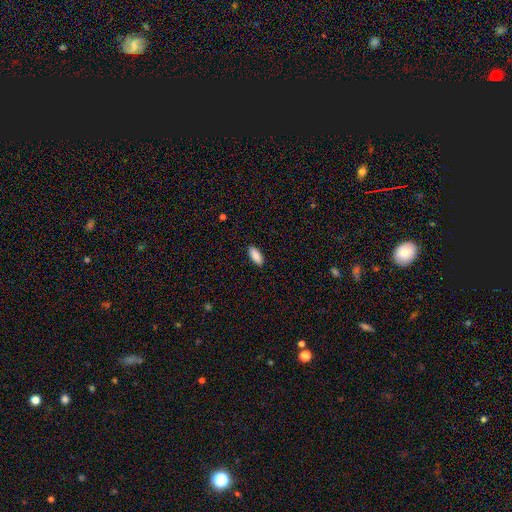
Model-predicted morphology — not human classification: Q: Smooth or featured?
A: smooth (90%); runner-up: star or artifact (6%)
Q: How rounded?
A: in between (87%); runner-up: cigar-shaped (12%)
Q: Merging?
A: none (89%); runner-up: minor disturbance (9%)